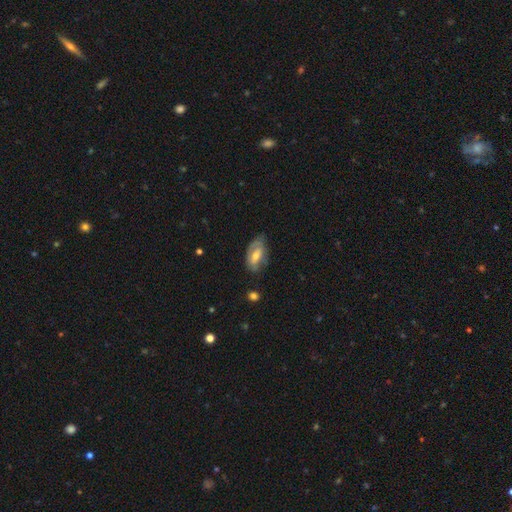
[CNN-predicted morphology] A featured or disk galaxy (53%). Merging: none (61%).